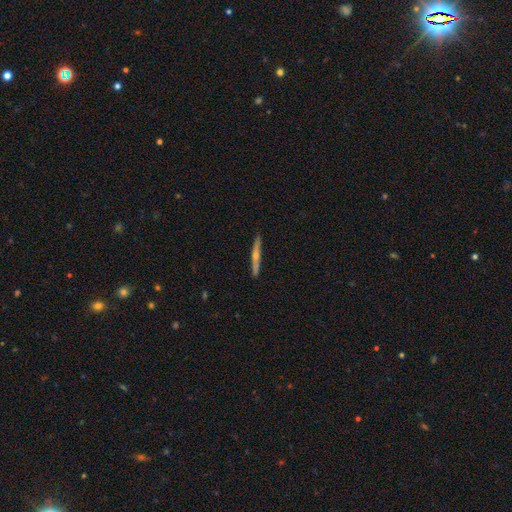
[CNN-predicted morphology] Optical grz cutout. It shows a featured or disk galaxy (72%) viewed edge-on (97%) with a rounded central bulge (83%). Merging: none (90%).